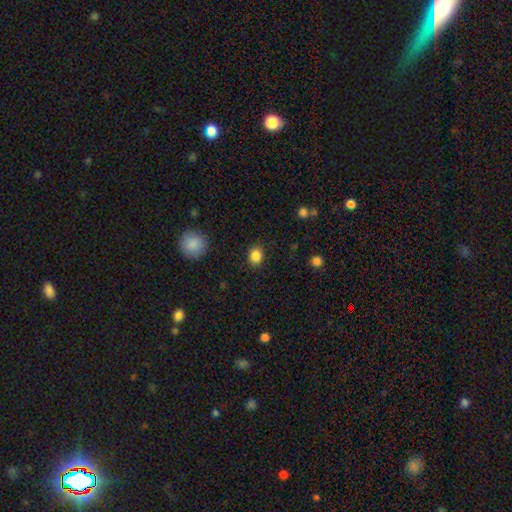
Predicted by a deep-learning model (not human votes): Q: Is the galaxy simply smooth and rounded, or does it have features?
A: smooth — 86%.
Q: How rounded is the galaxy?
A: round — 57%.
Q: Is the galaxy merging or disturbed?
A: none — 88%.